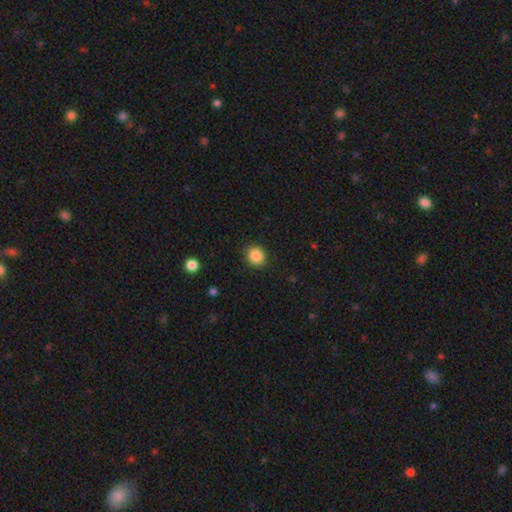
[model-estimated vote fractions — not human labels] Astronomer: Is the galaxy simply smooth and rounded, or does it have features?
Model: smooth — 87%.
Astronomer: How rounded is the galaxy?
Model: round — 85%.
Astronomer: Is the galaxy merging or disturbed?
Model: none — 90%.